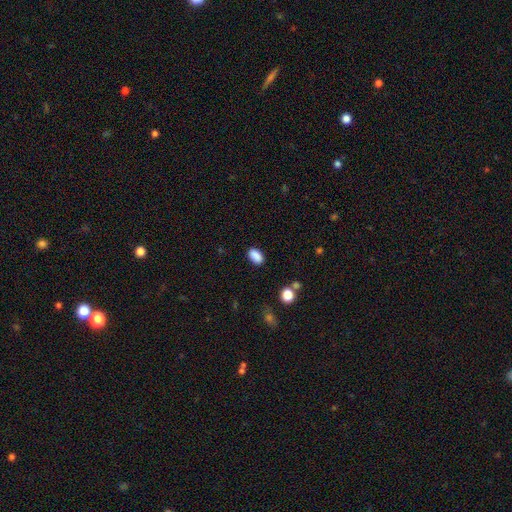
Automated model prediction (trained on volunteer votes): smooth-or-featured: smooth: 88% | star or artifact: 9% | featured or disk: 3%
  how-rounded: in between: 90% | round: 8% | cigar-shaped: 2%
  merging: none: 85% | minor disturbance: 10% | major disturbance: 3% | merger: 2%